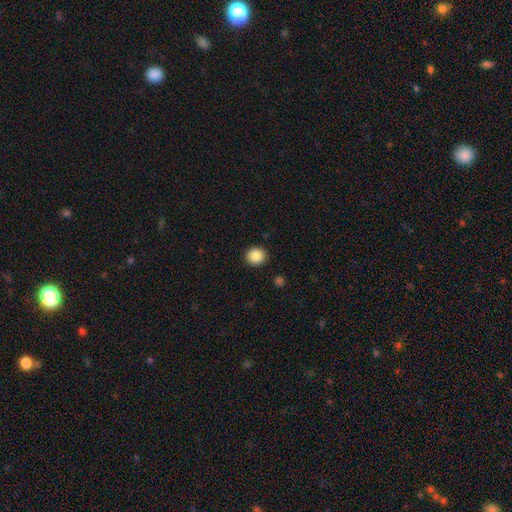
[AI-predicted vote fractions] The model was most divided on "how rounded": round: 83%, in between: 17%, cigar-shaped: 1%. More confident: merging — none (91%); smooth or featured — smooth (87%).